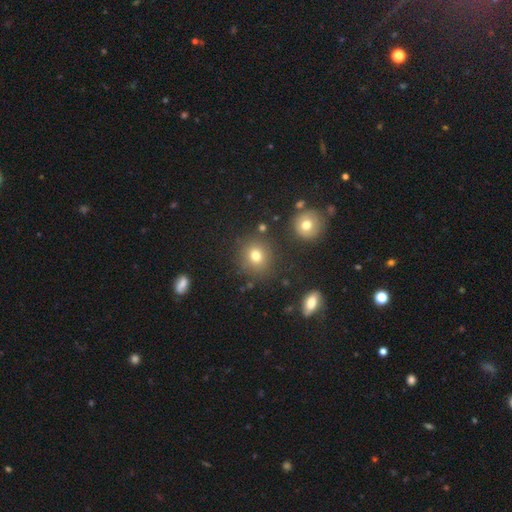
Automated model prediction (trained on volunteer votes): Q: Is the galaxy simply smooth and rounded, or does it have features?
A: smooth — 75%.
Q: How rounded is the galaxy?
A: round — 82%.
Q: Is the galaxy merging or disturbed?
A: none — 82%.